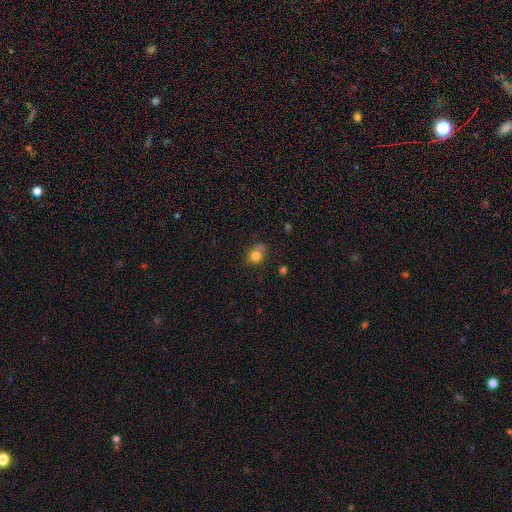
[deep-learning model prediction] Q: Smooth or featured?
A: smooth (79%); runner-up: star or artifact (12%)
Q: How rounded?
A: round (70%); runner-up: in between (29%)
Q: Merging?
A: none (56%); runner-up: minor disturbance (27%)